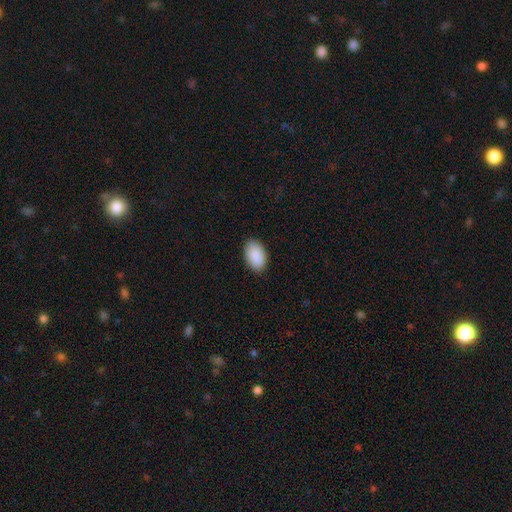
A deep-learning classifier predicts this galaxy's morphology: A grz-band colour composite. It shows a smooth galaxy with no disk features (91%) that is in between round and cigar-shaped (93%). Merging: none (88%).